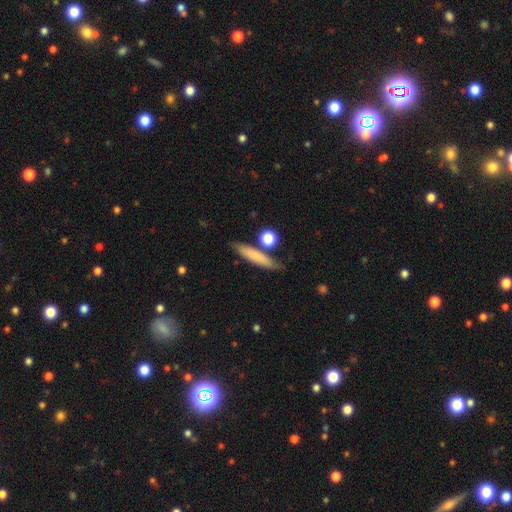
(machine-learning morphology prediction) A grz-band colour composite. It shows a smooth galaxy with no disk features (74%) that is cigar-shaped (82%). Merging: none (76%).